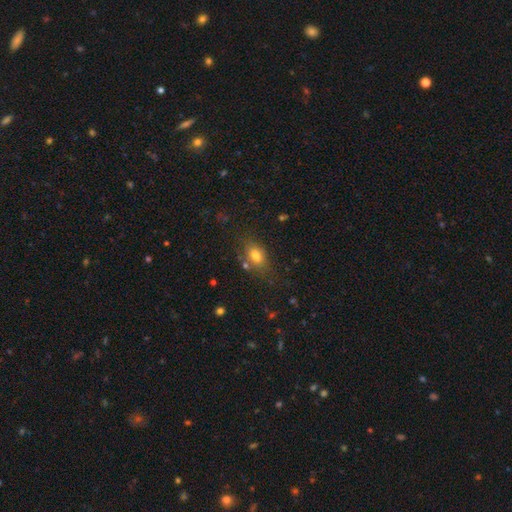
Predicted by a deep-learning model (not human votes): This appears to be a smooth galaxy with no disk features (77%) that is in between round and cigar-shaped (80%). Merging: none (70%).